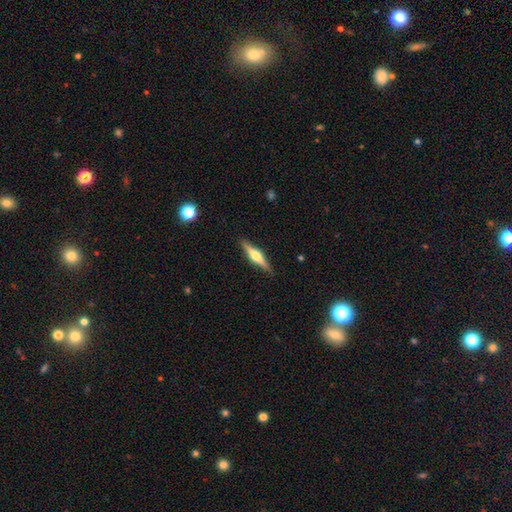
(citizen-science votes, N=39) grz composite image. It shows a featured or disk galaxy (72%) viewed edge-on (100%) with a rounded central bulge (89%). Merging: none (92%).